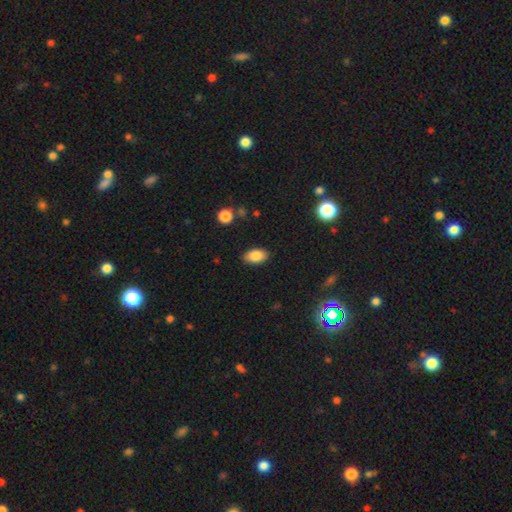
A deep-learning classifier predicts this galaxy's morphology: smooth 85%, star or artifact 8%, featured or disk 8%. Down the decision tree: how rounded — in between (92%); merging — none (87%).